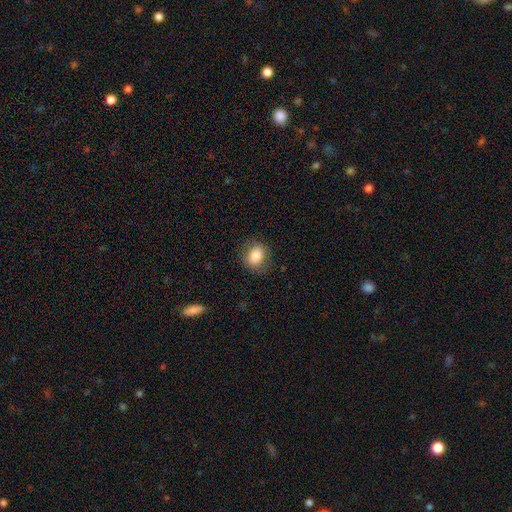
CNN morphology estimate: Smooth or featured? Predicted: smooth (p=0.82). How rounded? Predicted: round (p=0.54). Merging? Predicted: none (p=0.81).